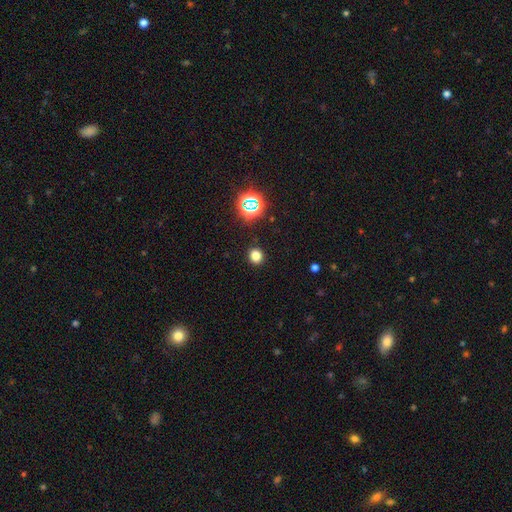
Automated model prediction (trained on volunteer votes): Smooth or featured? Predicted: smooth (p=0.77). How rounded? Predicted: round (p=0.77). Merging? Predicted: none (p=0.90).